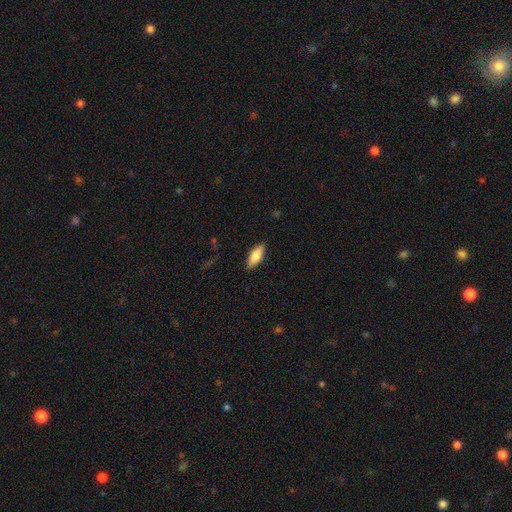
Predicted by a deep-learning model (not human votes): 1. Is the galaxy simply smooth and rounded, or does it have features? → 77% smooth, 16% featured or disk, 6% star or artifact.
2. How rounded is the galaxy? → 75% in between, 23% cigar-shaped, 2% round.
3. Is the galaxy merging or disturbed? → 87% none, 9% minor disturbance, 2% major disturbance, 1% merger.